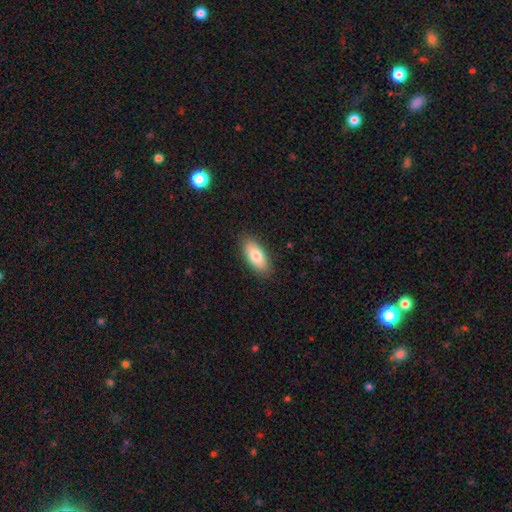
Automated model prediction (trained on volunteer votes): Morphology: type=smooth (78%); roundness=in between (86%); merging=none (87%).